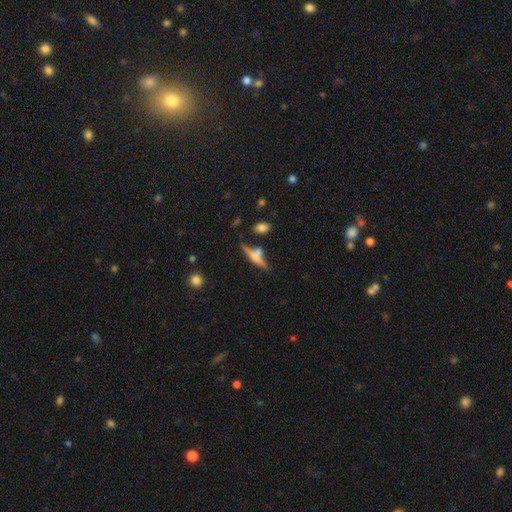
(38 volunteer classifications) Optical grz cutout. It shows a featured or disk galaxy (61%) viewed edge-on (78%) with a rounded central bulge (61%). Merging: none (64%).